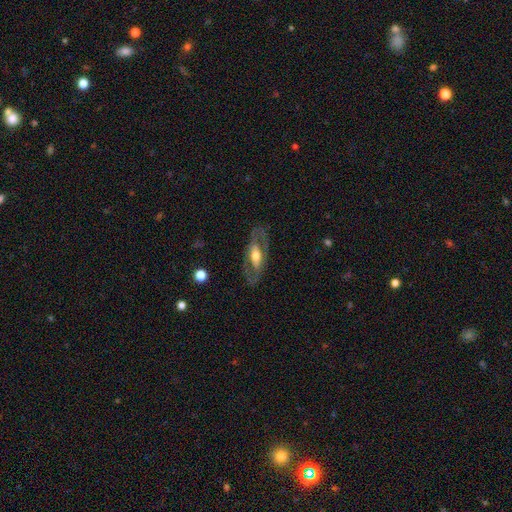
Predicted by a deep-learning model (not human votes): This is likely a featured or disk galaxy (66%). It is clearly not viewed edge-on (81%). Bar: possibly no (53%). Spiral arm pattern: likely no (64%). Central bulge: likely moderate (63%). Merging: likely none (78%).